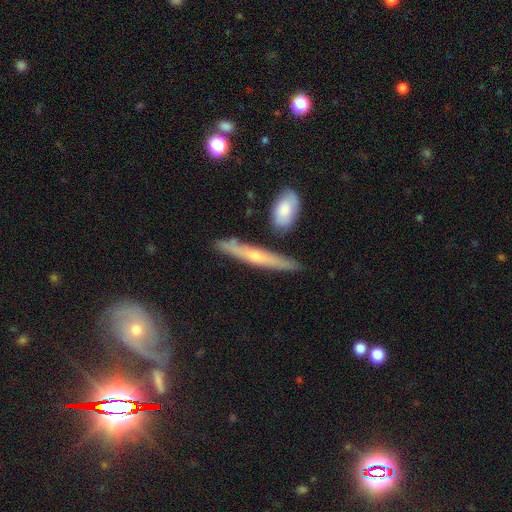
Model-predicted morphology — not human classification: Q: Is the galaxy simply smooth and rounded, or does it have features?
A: featured or disk — 61%.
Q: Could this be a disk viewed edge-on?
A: yes — 91%.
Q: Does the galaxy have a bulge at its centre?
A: rounded — 70%.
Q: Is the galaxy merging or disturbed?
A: none — 83%.